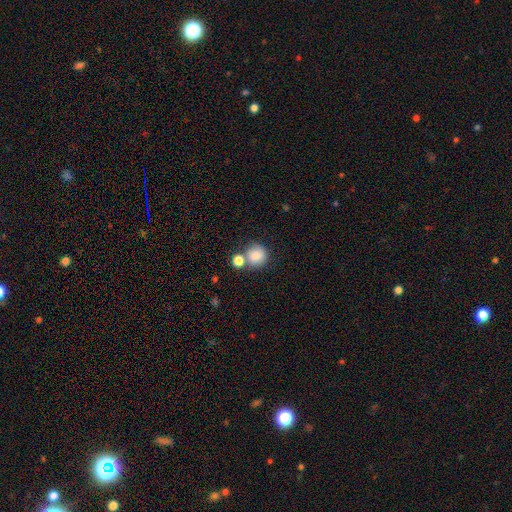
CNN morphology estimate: Smooth or featured: smooth — 84% (star or artifact — 10%)
How rounded: round — 89% (in between — 10%)
Merging: none — 59% (merger — 26%)